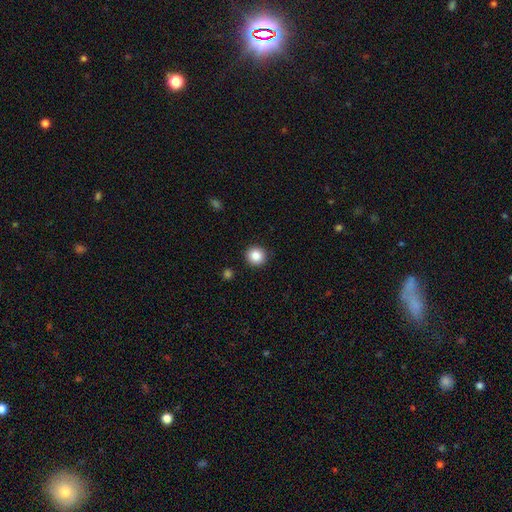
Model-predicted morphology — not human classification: A smooth galaxy with no disk features (86%) that is round (93%).

Vote fractions:
- Smooth or featured? smooth: 86% / star or artifact: 10% / featured or disk: 5%
- How rounded? round: 93% / in between: 6% / cigar-shaped: 1%
- Merging? none: 92% / minor disturbance: 5% / major disturbance: 2% / merger: 1%